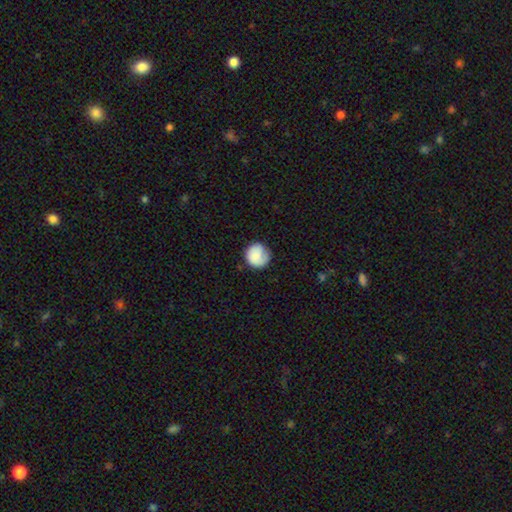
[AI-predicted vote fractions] Smooth or featured? Predicted: smooth (p=0.76). How rounded? Predicted: round (p=0.90). Merging? Predicted: none (p=0.70).